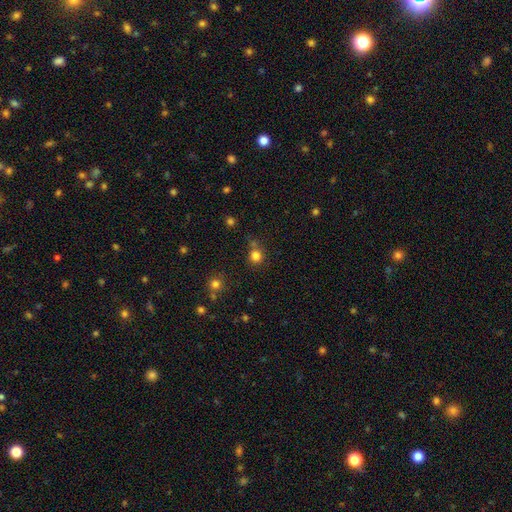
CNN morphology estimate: Smooth or featured?
  - smooth: 80% *
  - star or artifact: 15%
  - featured or disk: 5%
How rounded?
  - round: 91% *
  - in between: 8%
  - cigar-shaped: 1%
Merging?
  - none: 72% *
  - merger: 15%
  - minor disturbance: 10%
  - major disturbance: 4%